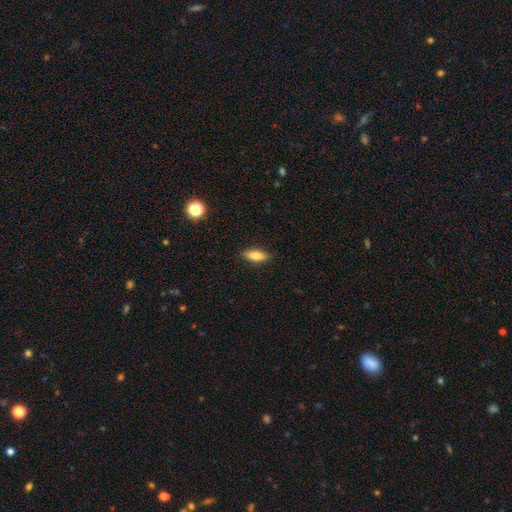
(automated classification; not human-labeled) Morphology: type=smooth (81%); roundness=in between (65%); merging=none (87%).